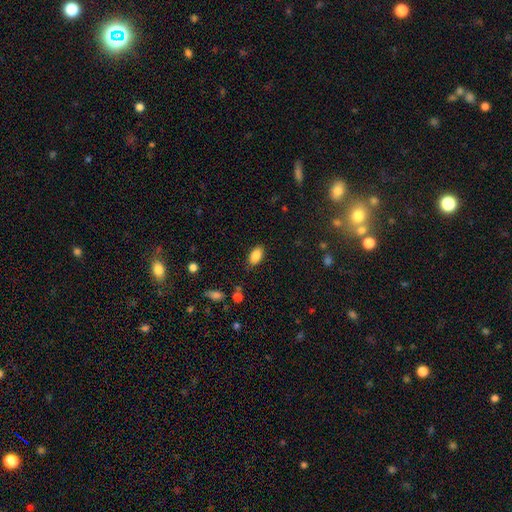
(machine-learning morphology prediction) type=smooth (87%); roundness=in between (92%); merging=none (83%).